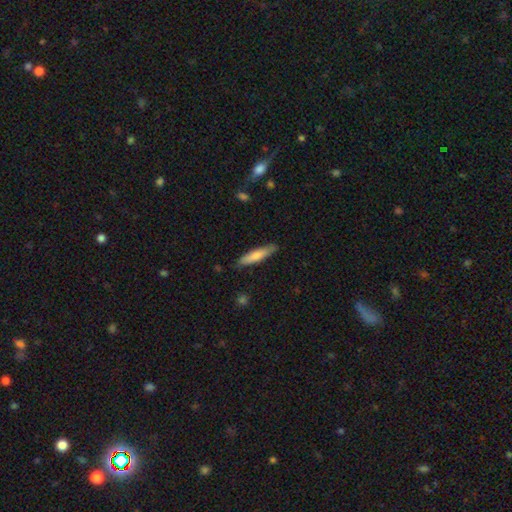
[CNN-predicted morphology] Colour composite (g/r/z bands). It shows a smooth galaxy with no disk features (73%) that is cigar-shaped (80%). Merging: none (85%).